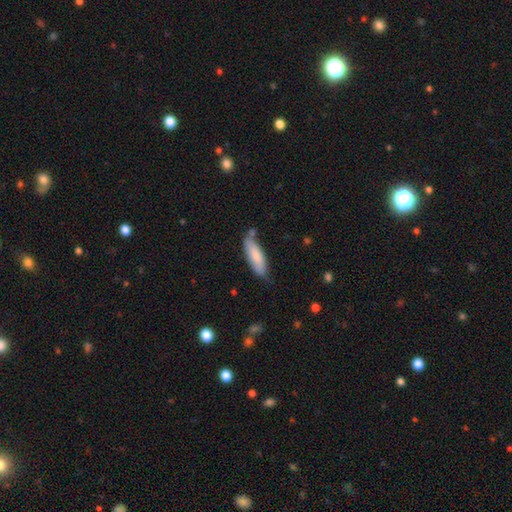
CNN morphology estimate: Smooth or featured: smooth — 82% (featured or disk — 13%)
How rounded: cigar-shaped — 51% (in between — 47%)
Merging: none — 71% (minor disturbance — 20%)